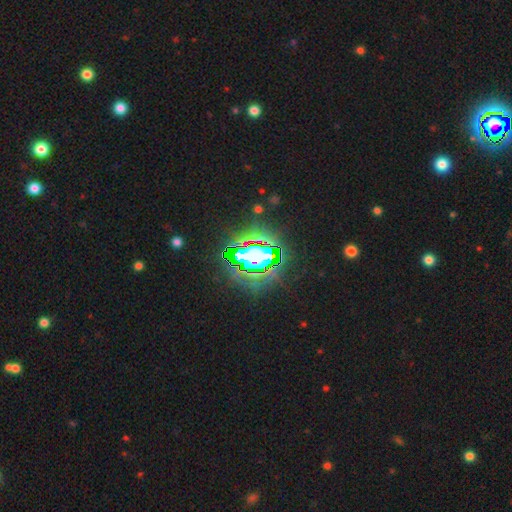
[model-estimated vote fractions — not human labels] The model was most divided on "smooth or featured": star or artifact: 74%, smooth: 15%, featured or disk: 11%.